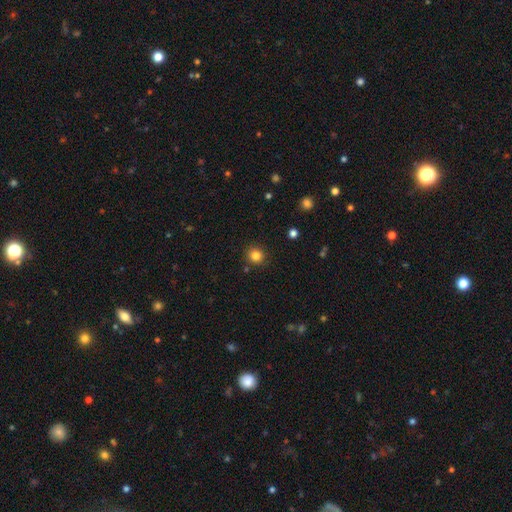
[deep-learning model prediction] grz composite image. It shows a smooth galaxy with no disk features (82%) that is round (90%). Merging: none (88%).